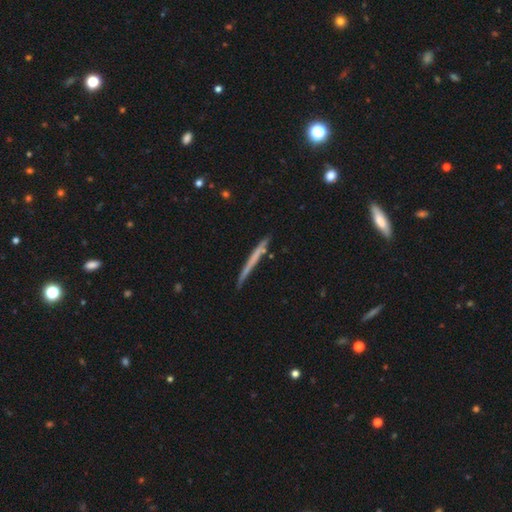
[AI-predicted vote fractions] Morphology: type=smooth (49%); merging=none (82%).